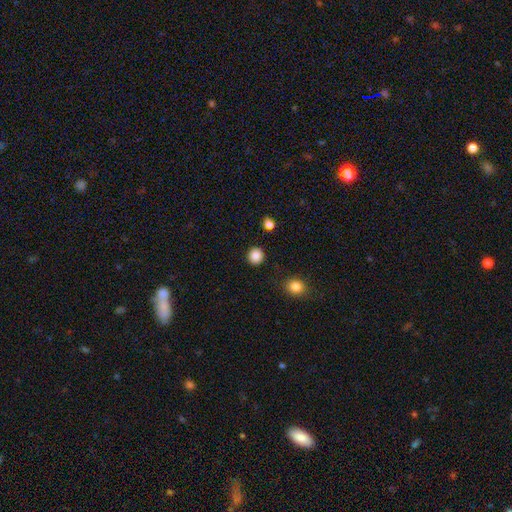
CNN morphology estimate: type=smooth (87%); roundness=round (91%); merging=none (92%).